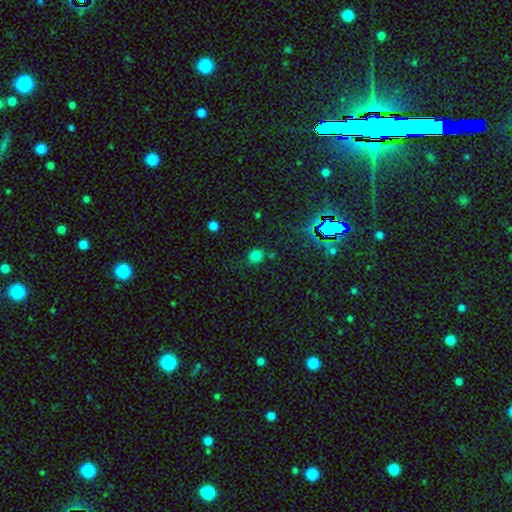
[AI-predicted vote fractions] Morphology: type=smooth (75%); roundness=round (86%); merging=none (75%).